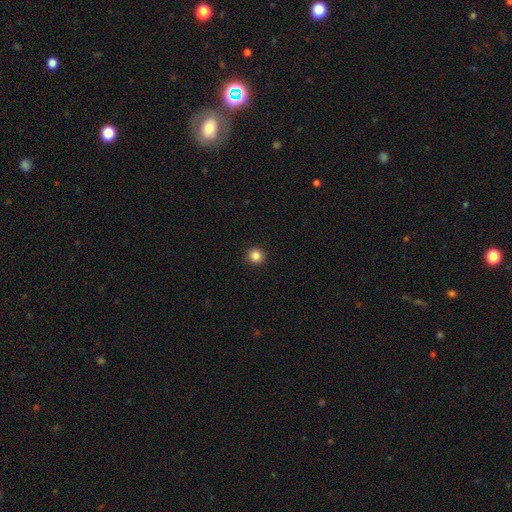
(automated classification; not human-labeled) smooth-or-featured: smooth: 85% | star or artifact: 11% | featured or disk: 4%
  how-rounded: round: 95% | in between: 4% | cigar-shaped: 1%
  merging: none: 93% | minor disturbance: 4% | major disturbance: 2% | merger: 1%